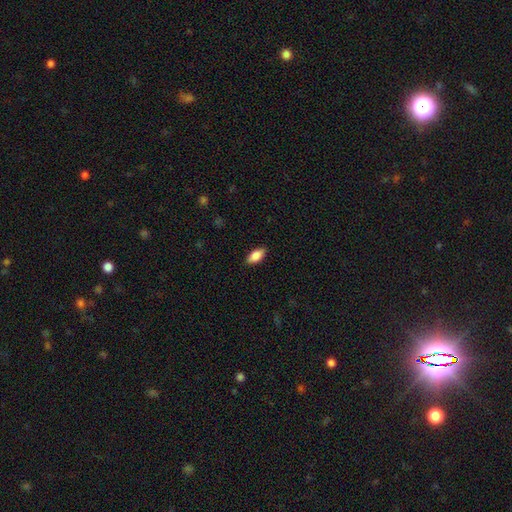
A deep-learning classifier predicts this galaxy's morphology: smooth-or-featured: smooth: 84% | featured or disk: 9% | star or artifact: 7%
  how-rounded: in between: 88% | cigar-shaped: 9% | round: 3%
  merging: none: 88% | minor disturbance: 9% | major disturbance: 2% | merger: 1%